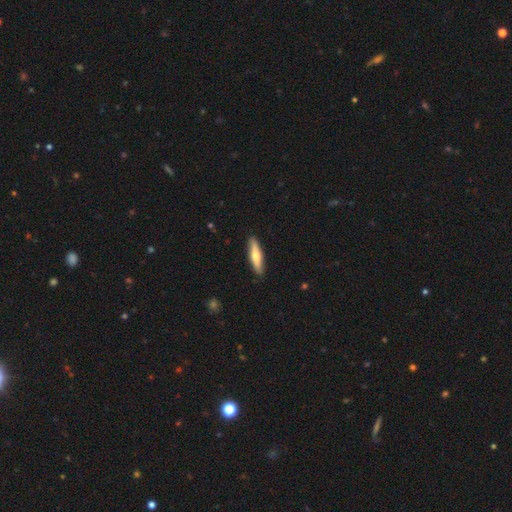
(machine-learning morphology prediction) This is possibly a smooth galaxy (57%). How rounded: likely cigar-shaped (79%). Merging: clearly none (89%).